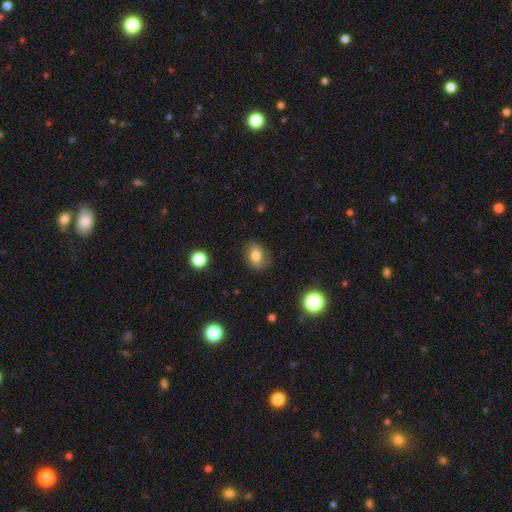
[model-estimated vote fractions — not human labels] The model was most divided on "how rounded": in between: 58%, round: 40%, cigar-shaped: 2%. More confident: merging — none (74%); smooth or featured — smooth (66%).